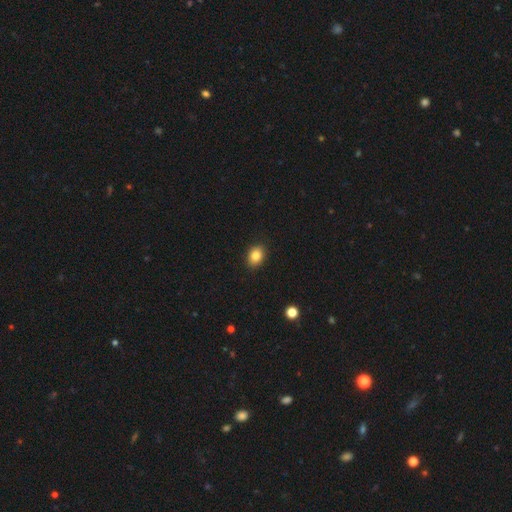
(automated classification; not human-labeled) smooth-or-featured: smooth: 83% | star or artifact: 10% | featured or disk: 7%
  how-rounded: in between: 65% | round: 34% | cigar-shaped: 1%
  merging: none: 90% | minor disturbance: 7% | major disturbance: 2% | merger: 1%